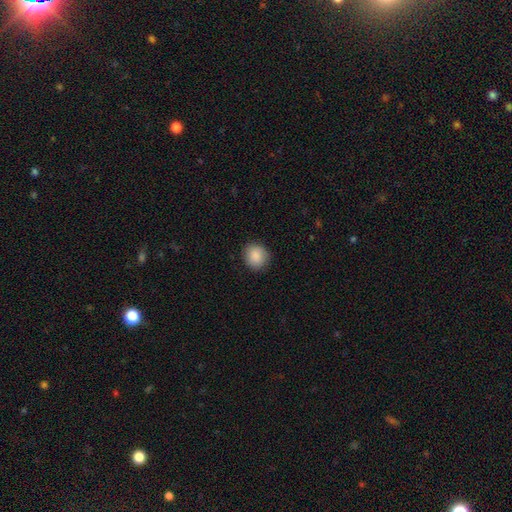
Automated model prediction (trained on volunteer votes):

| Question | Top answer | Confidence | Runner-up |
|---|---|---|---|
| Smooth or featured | smooth | 89% | star or artifact (8%) |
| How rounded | round | 85% | in between (14%) |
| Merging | none | 88% | minor disturbance (8%) |